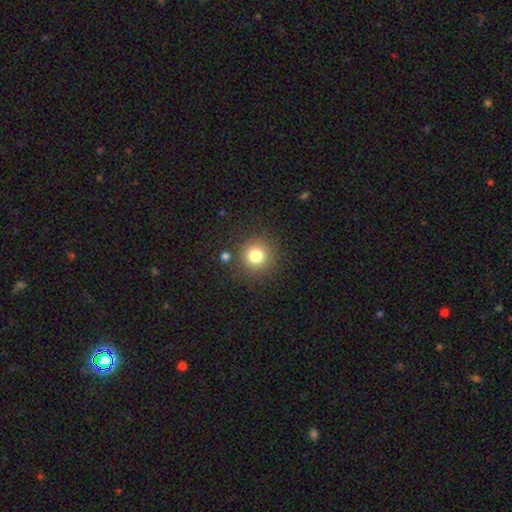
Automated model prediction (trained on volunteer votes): A smooth galaxy with no disk features (80%) that is round (94%).

Vote fractions:
- Smooth or featured? smooth: 80% / star or artifact: 13% / featured or disk: 8%
- How rounded? round: 94% / in between: 5% / cigar-shaped: 1%
- Merging? none: 85% / minor disturbance: 8% / merger: 4% / major disturbance: 3%